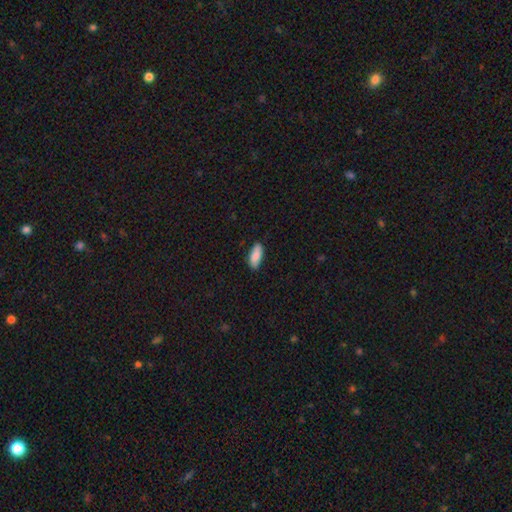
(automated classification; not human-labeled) Q: Smooth or featured?
A: smooth (88%); runner-up: featured or disk (6%)
Q: How rounded?
A: in between (81%); runner-up: cigar-shaped (17%)
Q: Merging?
A: none (85%); runner-up: minor disturbance (12%)